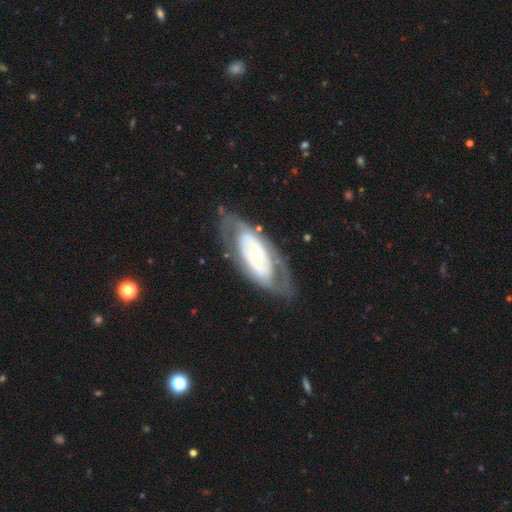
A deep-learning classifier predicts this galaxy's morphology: This appears to be a featured or disk galaxy (71%) with no bar (77%), no spiral arms (61%) and a moderate central bulge (52%). Merging: none (73%).